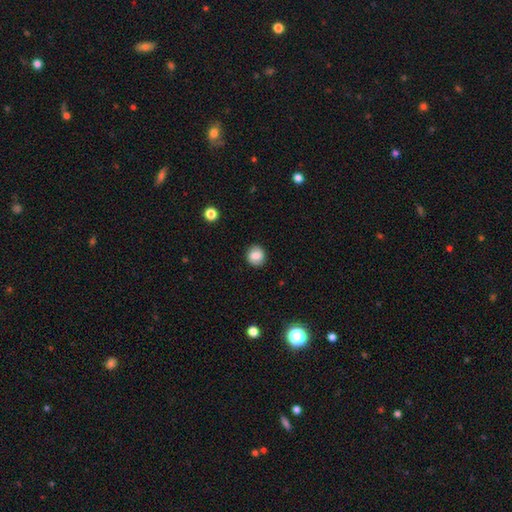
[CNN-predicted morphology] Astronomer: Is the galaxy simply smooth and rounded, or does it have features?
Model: smooth — 80%.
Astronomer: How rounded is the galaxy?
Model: round — 79%.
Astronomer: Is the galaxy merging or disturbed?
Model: none — 87%.